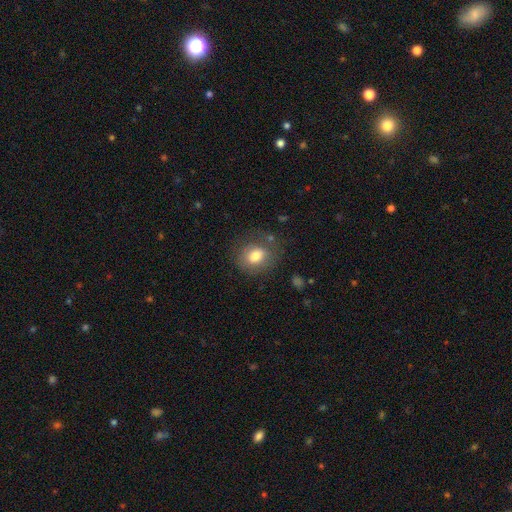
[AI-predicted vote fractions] Smooth or featured?
  - smooth: 77% *
  - featured or disk: 14%
  - star or artifact: 9%
How rounded?
  - round: 59% *
  - in between: 40%
  - cigar-shaped: 1%
Merging?
  - none: 74% *
  - minor disturbance: 16%
  - major disturbance: 7%
  - merger: 3%